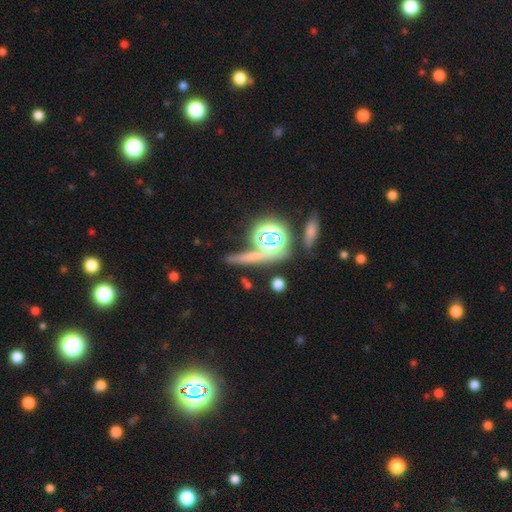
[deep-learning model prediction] Q: Smooth or featured?
A: star or artifact (46%); runner-up: smooth (34%)